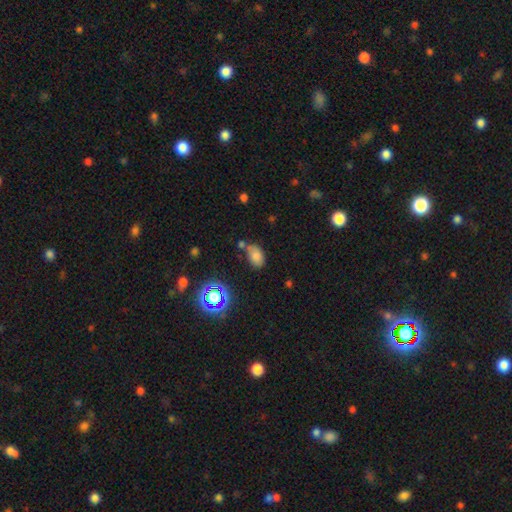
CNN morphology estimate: Smooth or featured? smooth (74%)
How rounded? in between (85%)
Merging? none (58%)